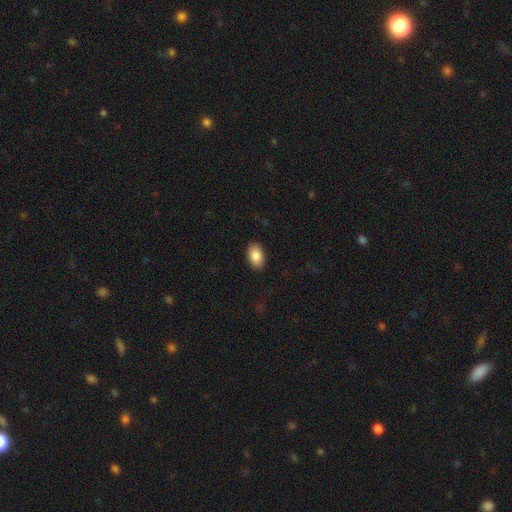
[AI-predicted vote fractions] Overall: smooth (89%). How rounded: in between (92%). Merging: none (89%).